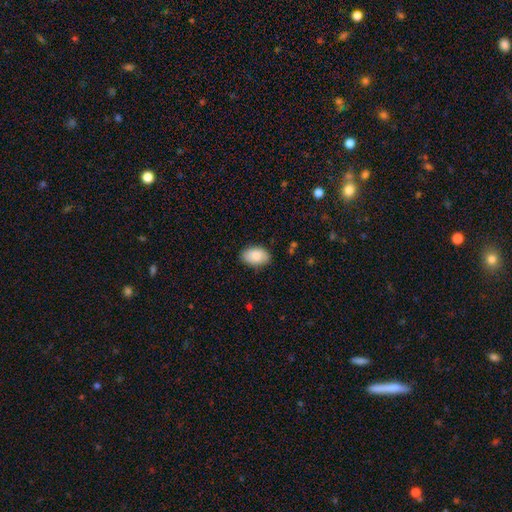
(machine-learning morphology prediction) Smooth or featured: smooth — 86% (featured or disk — 7%)
How rounded: in between — 91% (round — 8%)
Merging: none — 84% (minor disturbance — 12%)